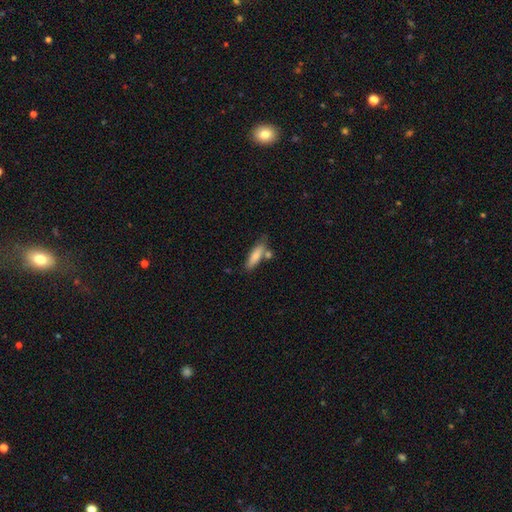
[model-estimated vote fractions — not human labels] This is likely a smooth galaxy (75%). How rounded: possibly cigar-shaped (55%). Merging: likely none (61%).